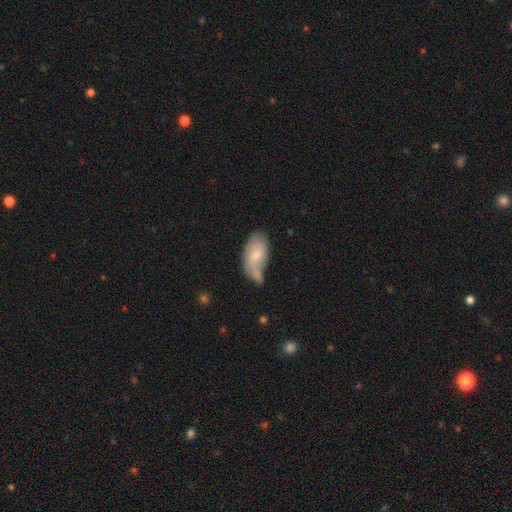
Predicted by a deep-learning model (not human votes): Morphology: type=smooth (62%); roundness=in between (93%); merging=minor disturbance (38%).